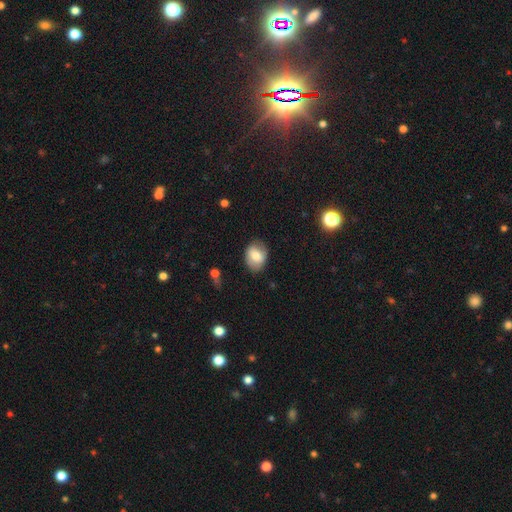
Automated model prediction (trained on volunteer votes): Smooth or featured? Predicted: smooth (p=0.71). How rounded? Predicted: in between (p=0.65). Merging? Predicted: none (p=0.80).